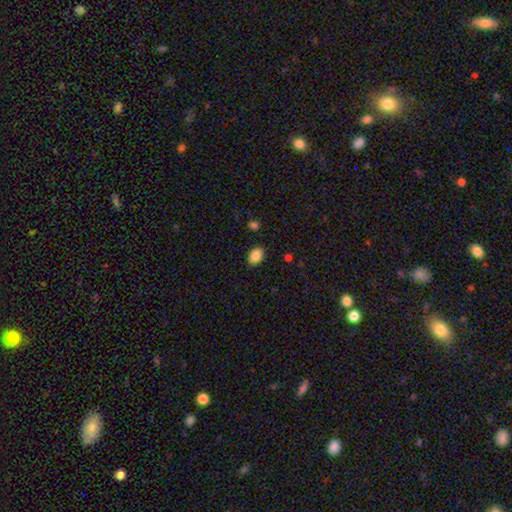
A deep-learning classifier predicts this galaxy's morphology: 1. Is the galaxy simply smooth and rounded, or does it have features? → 87% smooth, 9% star or artifact, 5% featured or disk.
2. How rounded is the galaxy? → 75% in between, 24% round, 1% cigar-shaped.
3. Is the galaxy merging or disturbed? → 87% none, 9% minor disturbance, 2% major disturbance, 2% merger.